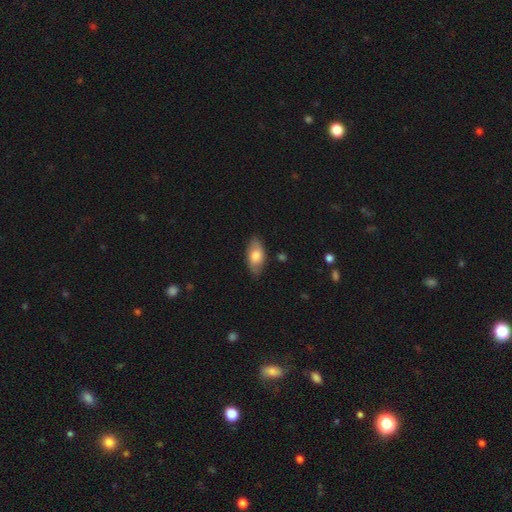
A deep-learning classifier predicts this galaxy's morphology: smooth 73%, featured or disk 21%, star or artifact 6%. Down the decision tree: how rounded — in between (92%); merging — none (84%).